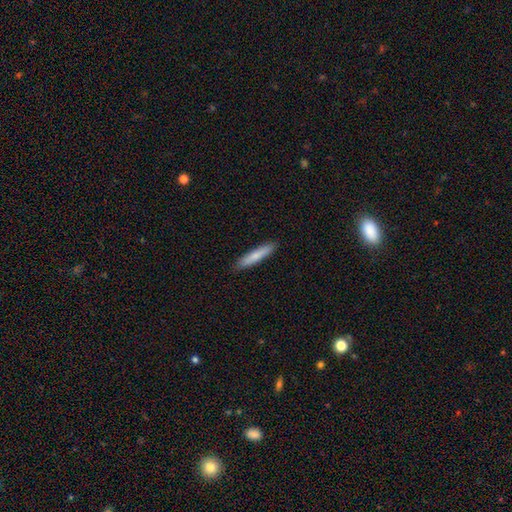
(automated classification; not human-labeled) This appears to be a smooth galaxy with no disk features (78%) that is cigar-shaped (90%). Merging: none (90%).